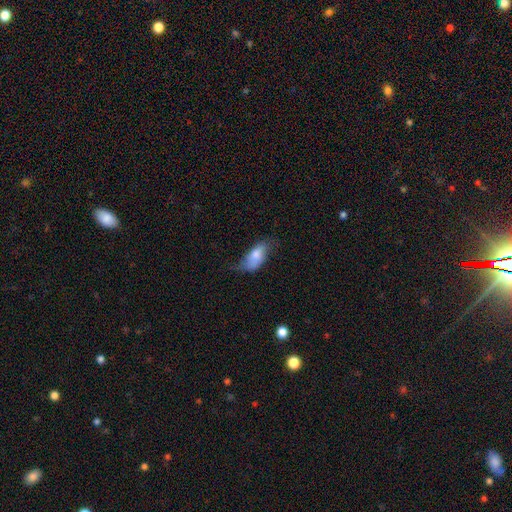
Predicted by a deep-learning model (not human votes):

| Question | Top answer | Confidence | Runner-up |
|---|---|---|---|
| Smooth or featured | smooth | 69% | featured or disk (24%) |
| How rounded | in between | 89% | cigar-shaped (8%) |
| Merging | none | 43% | minor disturbance (37%) |